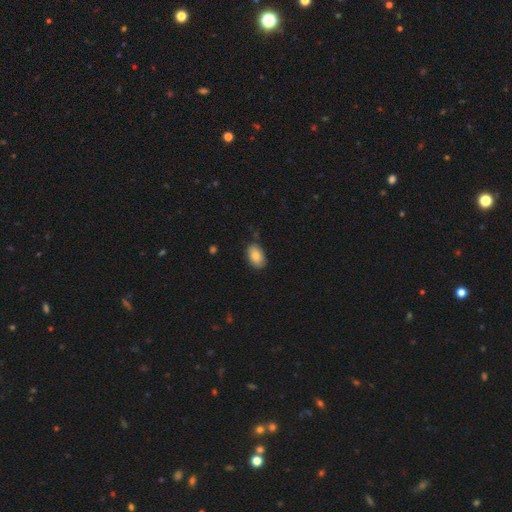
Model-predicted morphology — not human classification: Smooth or featured?
  - smooth: 85% *
  - featured or disk: 8%
  - star or artifact: 7%
How rounded?
  - in between: 91% *
  - round: 8%
  - cigar-shaped: 1%
Merging?
  - none: 77% *
  - minor disturbance: 18%
  - major disturbance: 3%
  - merger: 1%